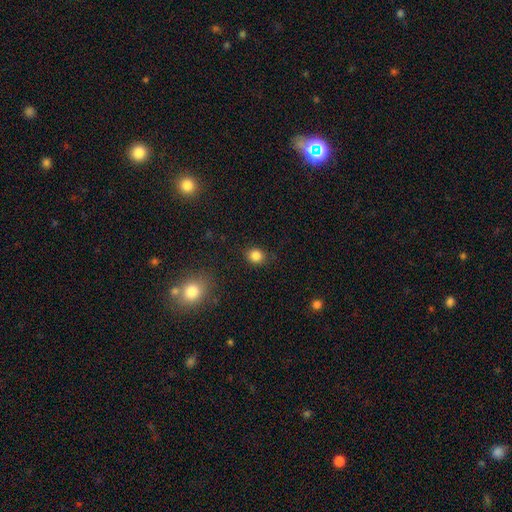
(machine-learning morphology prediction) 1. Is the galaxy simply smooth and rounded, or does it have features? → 84% smooth, 11% star or artifact, 5% featured or disk.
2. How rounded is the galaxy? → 70% round, 29% in between, 1% cigar-shaped.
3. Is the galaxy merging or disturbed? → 86% none, 10% minor disturbance, 3% major disturbance, 1% merger.